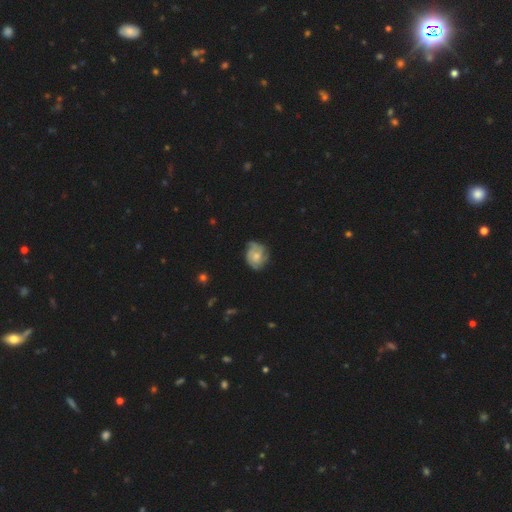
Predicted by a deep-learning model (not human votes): This is possibly a featured or disk galaxy (58%). It is clearly not viewed edge-on (97%). Bar: likely no (75%). Spiral arm pattern: clearly yes (82%). Central bulge: possibly moderate (56%). Merging: likely none (60%).